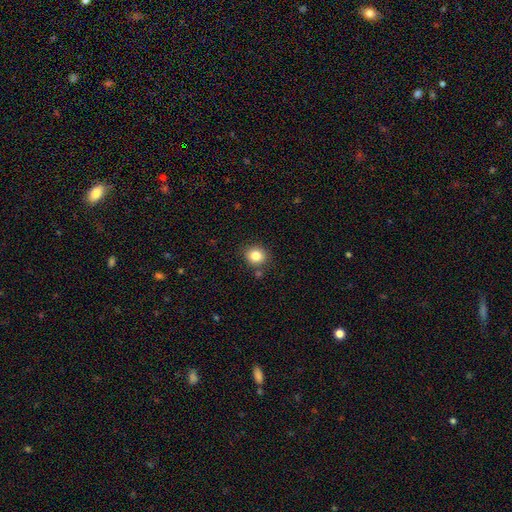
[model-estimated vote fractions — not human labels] This appears to be a smooth galaxy with no disk features (84%) that is round (81%). Merging: none (84%).